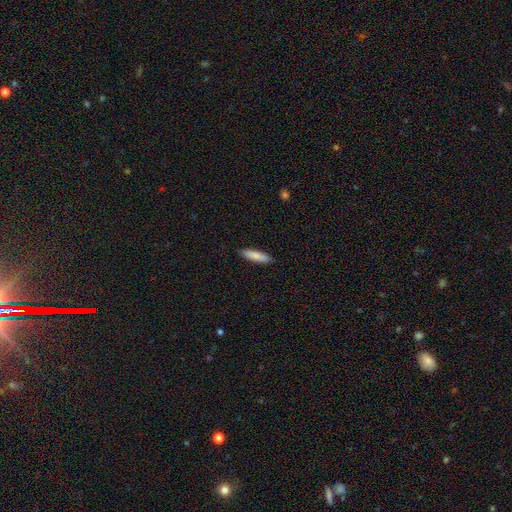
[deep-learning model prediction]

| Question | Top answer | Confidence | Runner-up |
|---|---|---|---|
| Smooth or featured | smooth | 84% | featured or disk (11%) |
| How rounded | cigar-shaped | 74% | in between (25%) |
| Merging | none | 89% | minor disturbance (8%) |